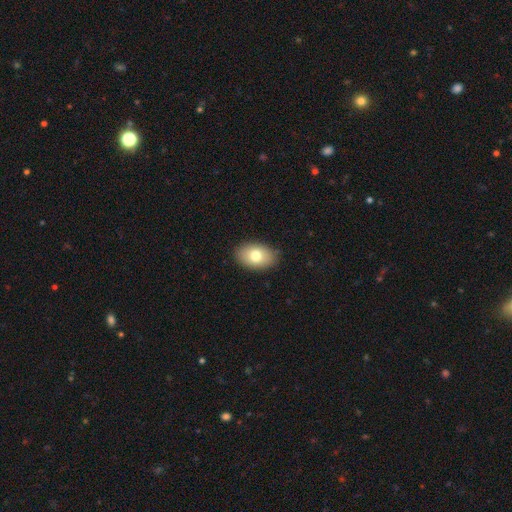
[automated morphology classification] Overall: smooth (77%). How rounded: in between (89%). Merging: none (86%).